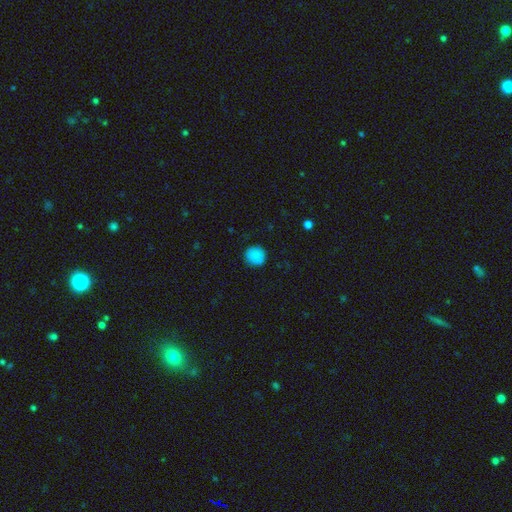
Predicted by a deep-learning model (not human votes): smooth 87%, star or artifact 10%, featured or disk 3%. Down the decision tree: how rounded — round (93%); merging — none (89%).